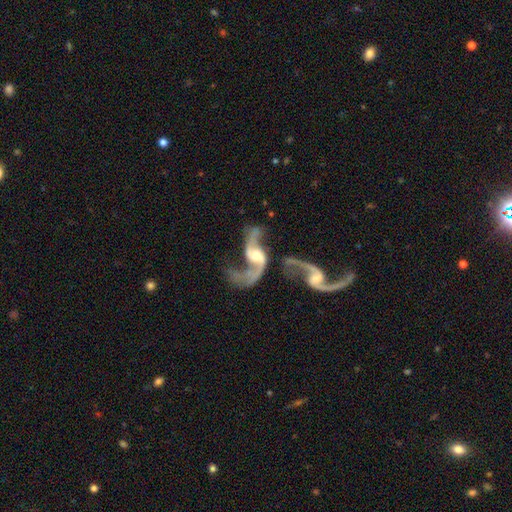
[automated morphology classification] smooth_or_featured: featured or disk (p=0.89) [alt: star or artifact p=0.05]
disk_edge_on: no (p=0.97) [alt: yes p=0.03]
bar: no (p=0.44) [alt: weak p=0.39]
has_spiral_arms: yes (p=0.95) [alt: no p=0.05]
spiral_winding: loose (p=0.84) [alt: medium p=0.13]
spiral_arm_count: 2 (p=0.90) [alt: 1 p=0.03]
bulge_size: moderate (p=0.61) [alt: small p=0.27]
merging: merger (p=0.34) [alt: none p=0.32]